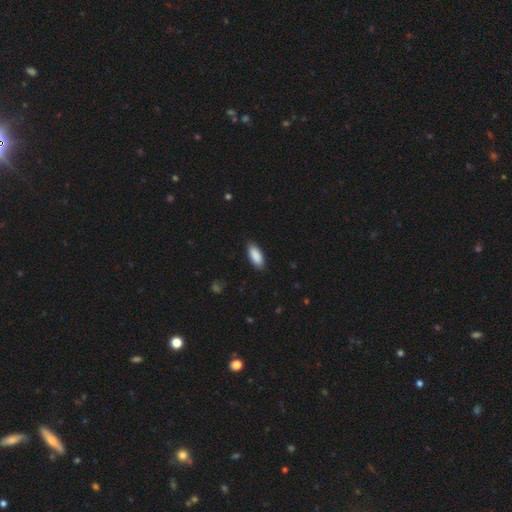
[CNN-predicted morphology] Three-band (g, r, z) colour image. It shows a smooth galaxy with no disk features (90%) that is in between round and cigar-shaped (86%). Merging: none (85%).